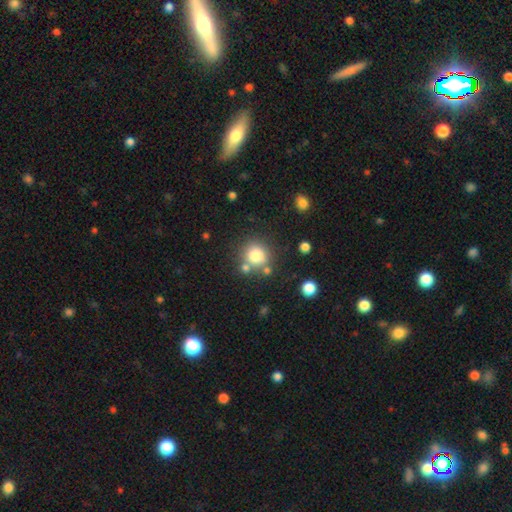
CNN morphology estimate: Smooth or featured?
  - smooth: 79% *
  - star or artifact: 12%
  - featured or disk: 9%
How rounded?
  - round: 88% *
  - in between: 11%
  - cigar-shaped: 1%
Merging?
  - none: 70% *
  - merger: 15%
  - minor disturbance: 11%
  - major disturbance: 4%